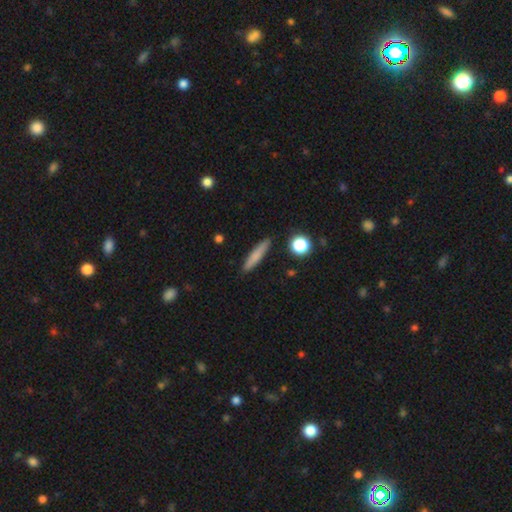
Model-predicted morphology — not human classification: smooth 77%, featured or disk 15%, star or artifact 7%. Down the decision tree: how rounded — cigar-shaped (89%); merging — none (88%).